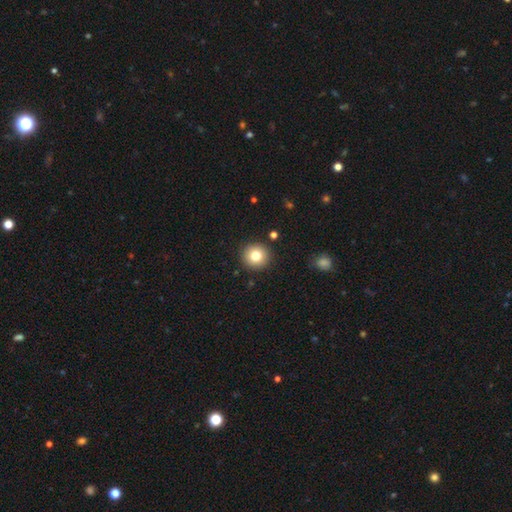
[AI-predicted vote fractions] The model was most divided on "smooth or featured": smooth: 79%, star or artifact: 11%, featured or disk: 10%. More confident: how rounded — round (93%); merging — none (91%).